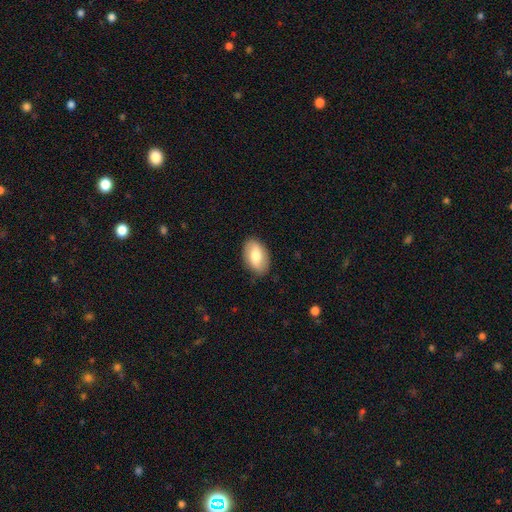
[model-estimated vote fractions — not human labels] Overall: smooth (66%; featured or disk 28%). How rounded: in between (92%). Merging: none (85%).